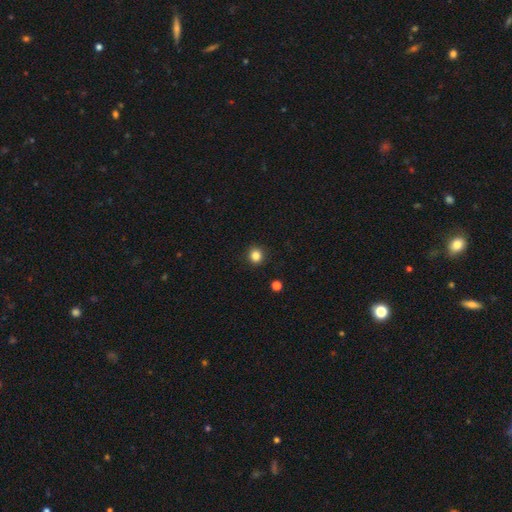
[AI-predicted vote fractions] Smooth or featured: smooth — 84% (star or artifact — 12%)
How rounded: round — 87% (in between — 12%)
Merging: none — 91% (minor disturbance — 6%)